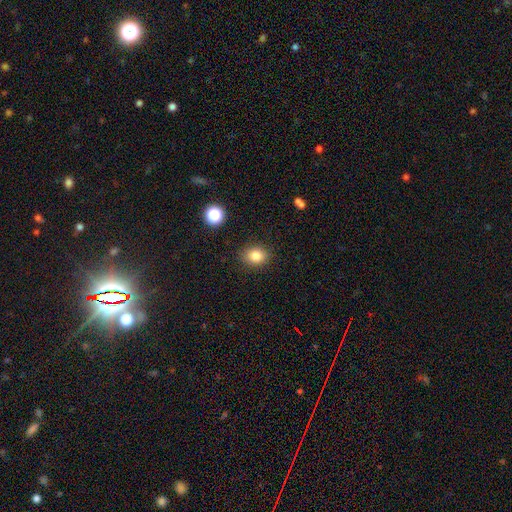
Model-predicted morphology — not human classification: smooth-or-featured: smooth: 83% | star or artifact: 11% | featured or disk: 6%
  how-rounded: round: 51% | in between: 48% | cigar-shaped: 1%
  merging: none: 87% | minor disturbance: 9% | major disturbance: 3% | merger: 1%